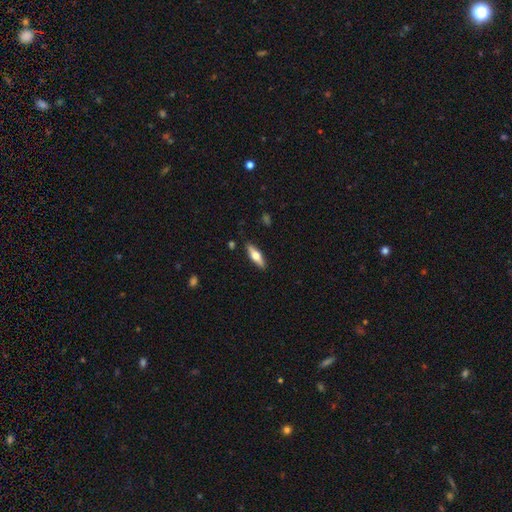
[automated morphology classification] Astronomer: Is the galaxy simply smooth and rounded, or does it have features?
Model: smooth — 49% (runner-up: featured or disk, 45%).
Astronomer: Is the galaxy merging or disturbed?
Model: none — 88%.